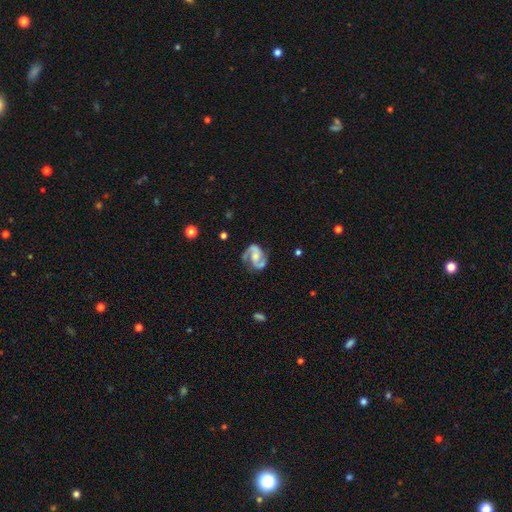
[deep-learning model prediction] Q: Smooth or featured?
A: featured or disk (89%); runner-up: smooth (6%)
Q: Edge-on disk?
A: no (98%); runner-up: yes (2%)
Q: Bar?
A: no (48%); runner-up: weak (37%)
Q: Spiral arms?
A: yes (97%); runner-up: no (3%)
Q: Spiral winding?
A: medium (57%); runner-up: loose (22%)
Q: Spiral arm count?
A: 2 (93%); runner-up: can't tell (2%)
Q: Bulge size?
A: moderate (48%); runner-up: small (35%)
Q: Merging?
A: none (72%); runner-up: minor disturbance (18%)